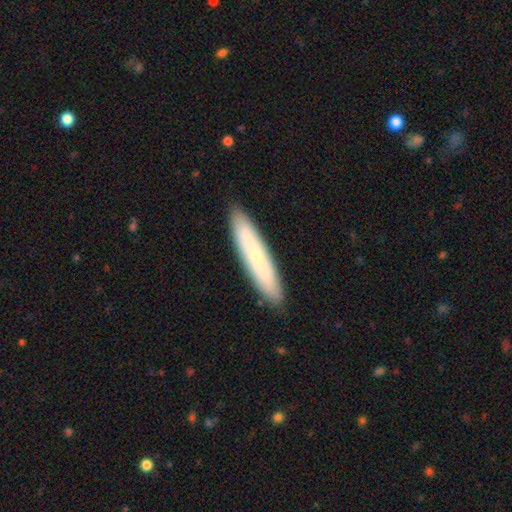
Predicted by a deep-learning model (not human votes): smooth 67%, featured or disk 27%, star or artifact 6%. Down the decision tree: how rounded — cigar-shaped (88%); merging — none (90%).